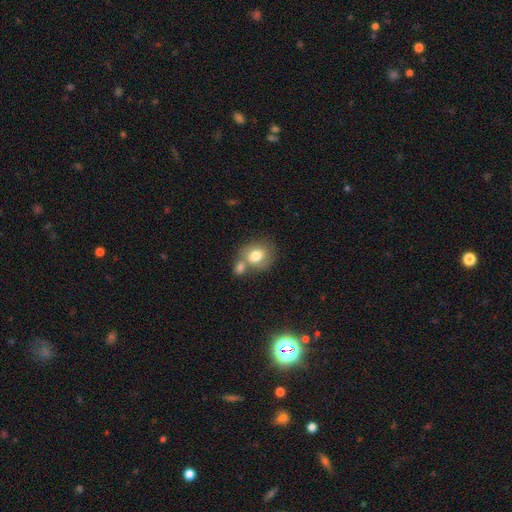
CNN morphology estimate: smooth 76%, featured or disk 15%, star or artifact 9%. Down the decision tree: how rounded — round (65%); merging — none (43%).